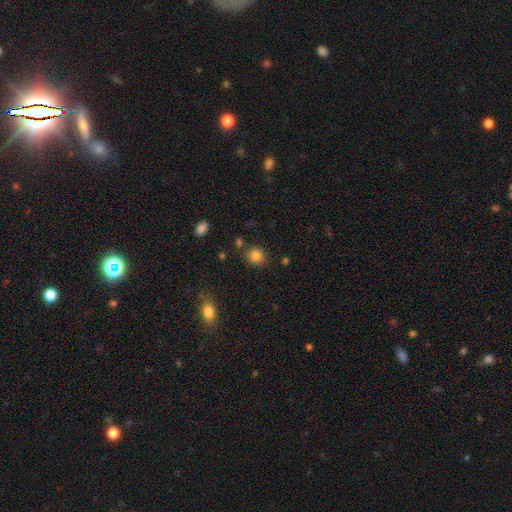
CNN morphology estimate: type=smooth (83%); roundness=round (82%); merging=none (82%).